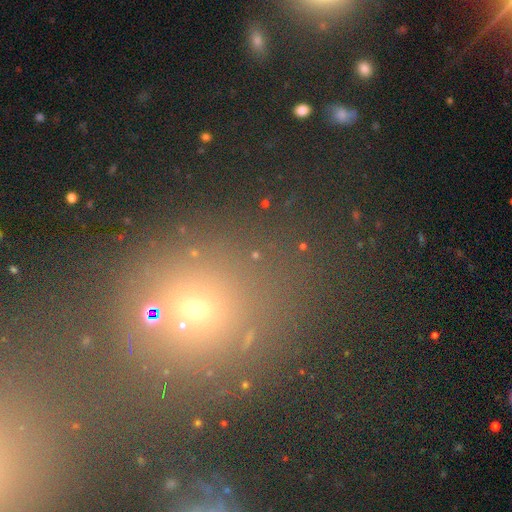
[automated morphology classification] Q: Smooth or featured?
A: star or artifact (46%); runner-up: smooth (43%)